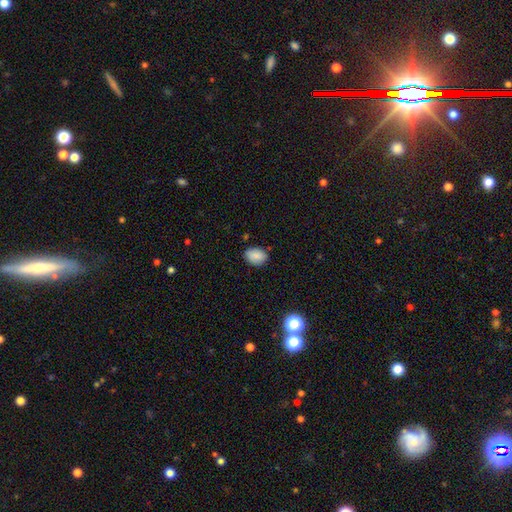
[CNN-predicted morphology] smooth 85%, star or artifact 9%, featured or disk 6%. Down the decision tree: how rounded — in between (71%); merging — none (81%).